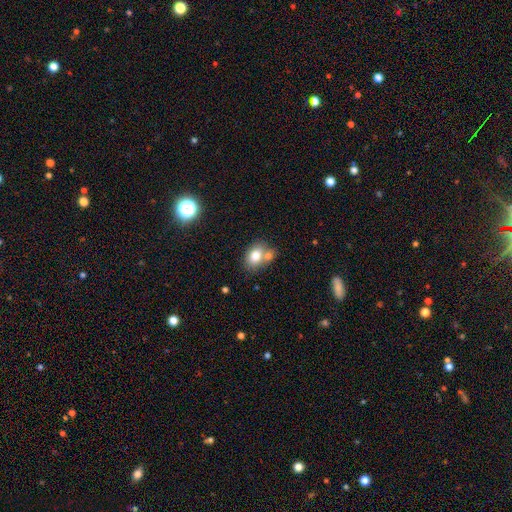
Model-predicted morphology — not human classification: Smooth or featured? smooth (78%)
How rounded? in between (64%)
Merging? none (47%)